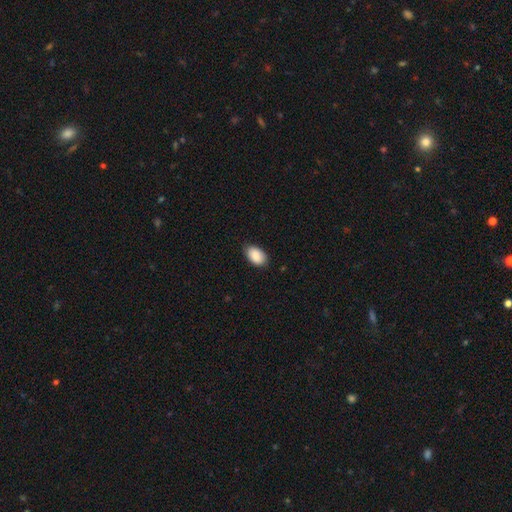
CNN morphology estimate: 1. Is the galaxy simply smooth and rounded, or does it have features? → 89% smooth, 7% star or artifact, 4% featured or disk.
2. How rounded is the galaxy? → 92% in between, 7% round, 1% cigar-shaped.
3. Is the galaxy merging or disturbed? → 81% none, 16% minor disturbance, 2% major disturbance, 1% merger.